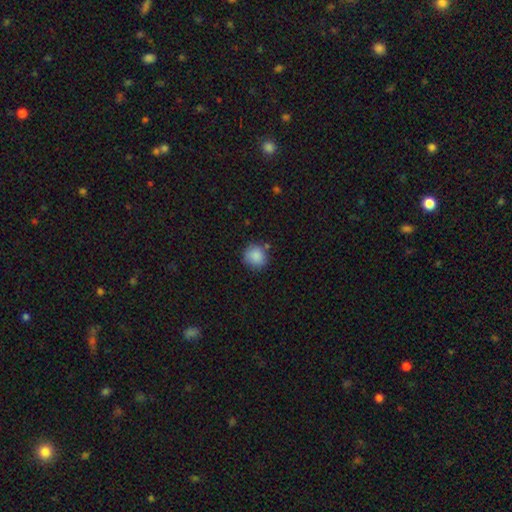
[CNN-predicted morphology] Smooth or featured? Predicted: smooth (p=0.88). How rounded? Predicted: round (p=0.89). Merging? Predicted: none (p=0.80).